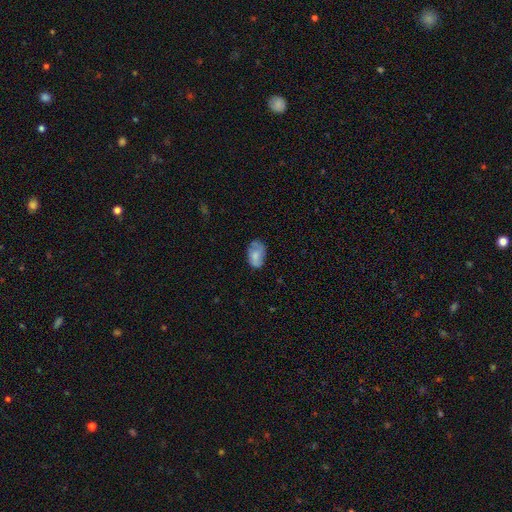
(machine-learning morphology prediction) smooth-or-featured: smooth: 66% | featured or disk: 26% | star or artifact: 8%
  how-rounded: in between: 89% | round: 10% | cigar-shaped: 1%
  merging: none: 62% | minor disturbance: 27% | major disturbance: 9% | merger: 2%